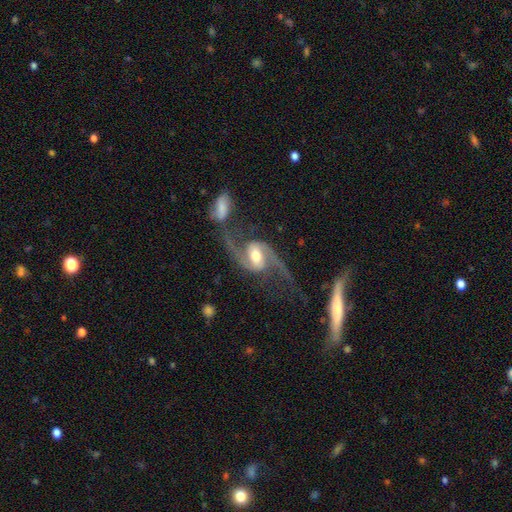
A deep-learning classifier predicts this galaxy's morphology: This is clearly a featured or disk galaxy (91%). It is clearly not viewed edge-on (97%). Bar: marginally weak (44%). Spiral arm pattern: clearly yes (97%). Spiral arm count: clearly 2 (94%). Spiral winding: likely loose (67%). Central bulge: likely moderate (65%). Merging: possibly none (57%).